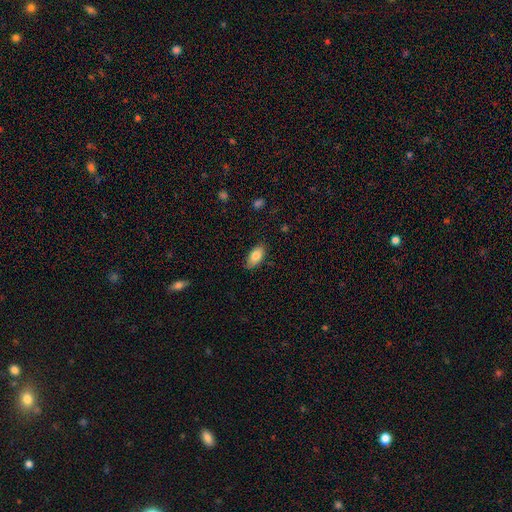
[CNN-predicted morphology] This appears to be a smooth galaxy with no disk features (82%) that is in between round and cigar-shaped (91%). Merging: none (83%).